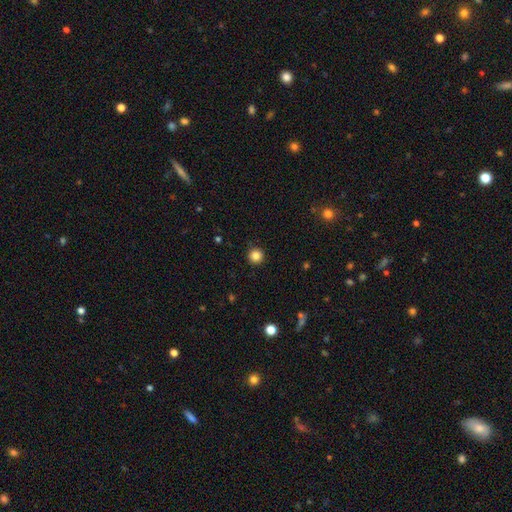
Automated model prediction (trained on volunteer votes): This is clearly a smooth galaxy (84%). How rounded: clearly round (96%). Merging: clearly none (93%).